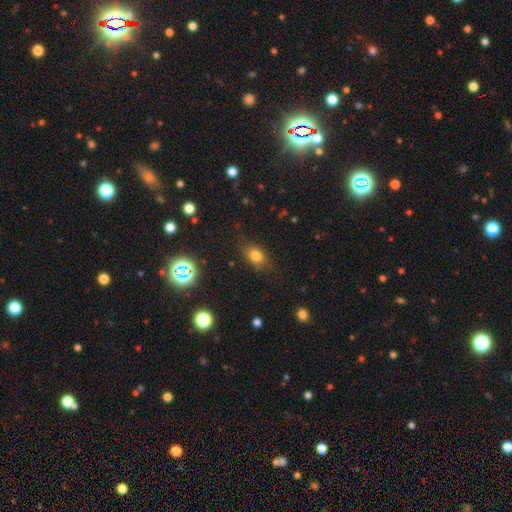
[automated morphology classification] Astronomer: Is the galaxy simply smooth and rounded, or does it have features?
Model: smooth — 73%.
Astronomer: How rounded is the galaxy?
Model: in between — 68%.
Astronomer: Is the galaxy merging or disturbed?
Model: none — 76%.